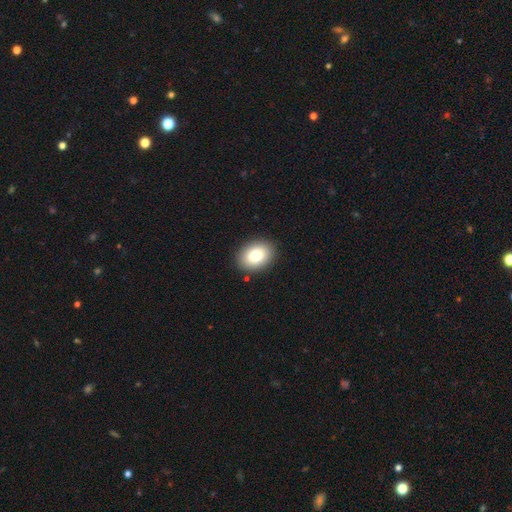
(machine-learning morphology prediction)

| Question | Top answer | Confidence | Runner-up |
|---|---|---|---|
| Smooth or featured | smooth | 83% | featured or disk (9%) |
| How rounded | in between | 70% | round (29%) |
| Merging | none | 89% | minor disturbance (7%) |